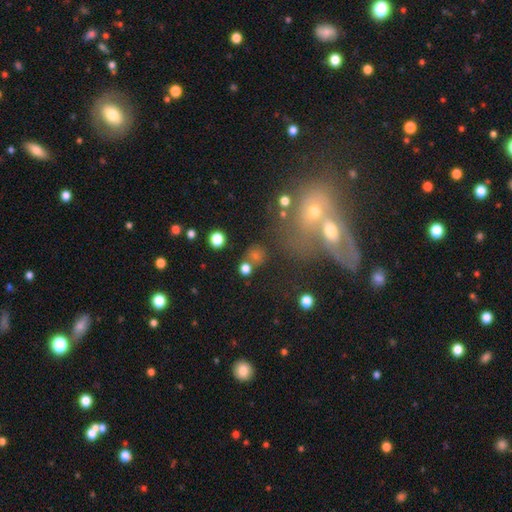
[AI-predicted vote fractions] A smooth galaxy with no disk features (53%) that is round (59%).

Vote fractions:
- Smooth or featured? smooth: 53% / featured or disk: 24% / star or artifact: 23%
- How rounded? round: 59% / in between: 38% / cigar-shaped: 3%
- Merging? none: 44% / merger: 37% / minor disturbance: 11% / major disturbance: 8%